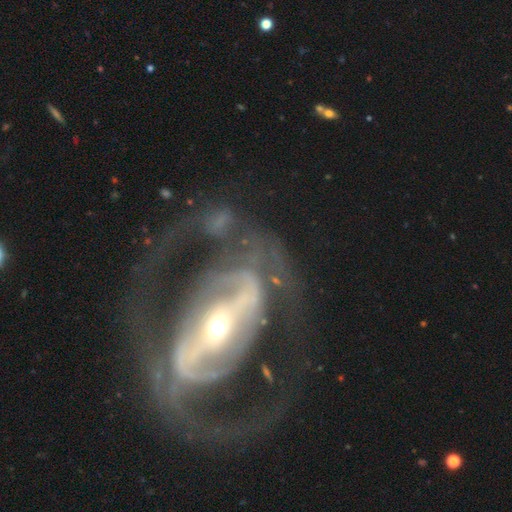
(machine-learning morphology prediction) Smooth or featured: featured or disk — 82% (smooth — 11%)
Edge-on disk: no — 93% (yes — 7%)
Bar: strong — 58% (weak — 23%)
Spiral arms: yes — 72% (no — 28%)
Spiral winding: medium — 41% (loose — 32%)
Spiral arm count: 2 — 67% (can't tell — 15%)
Bulge size: moderate — 50% (small — 41%)
Merging: none — 42% (major disturbance — 36%)